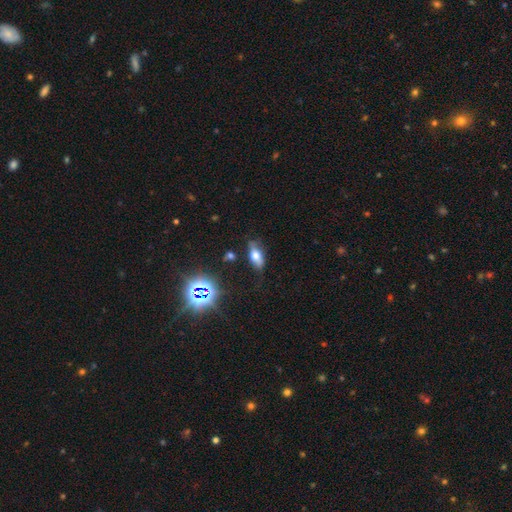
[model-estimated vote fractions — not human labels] A smooth galaxy with no disk features (61%) that is in between round and cigar-shaped (83%). Merging: none (70%).